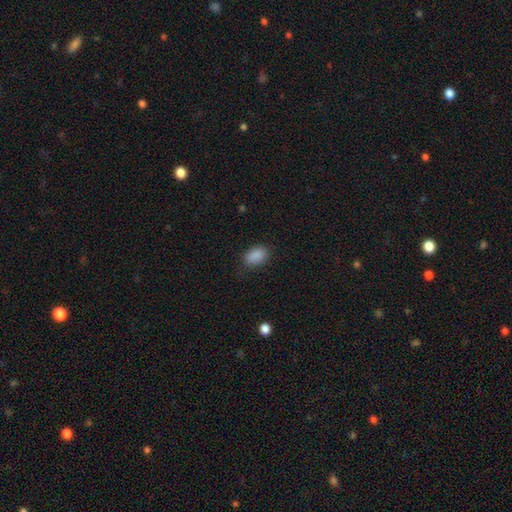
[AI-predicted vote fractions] Smooth or featured?
  - smooth: 88% *
  - star or artifact: 9%
  - featured or disk: 3%
How rounded?
  - in between: 86% *
  - round: 13%
  - cigar-shaped: 1%
Merging?
  - none: 79% *
  - minor disturbance: 16%
  - major disturbance: 4%
  - merger: 1%